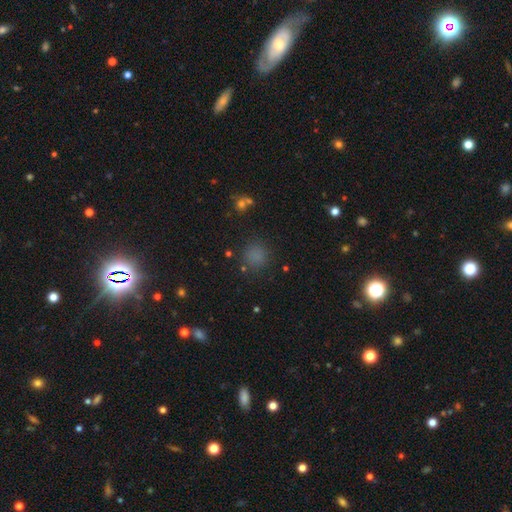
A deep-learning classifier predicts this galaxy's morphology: smooth-or-featured: smooth: 75% | star or artifact: 19% | featured or disk: 5%
  how-rounded: round: 89% | in between: 10% | cigar-shaped: 1%
  merging: none: 83% | minor disturbance: 10% | major disturbance: 4% | merger: 3%